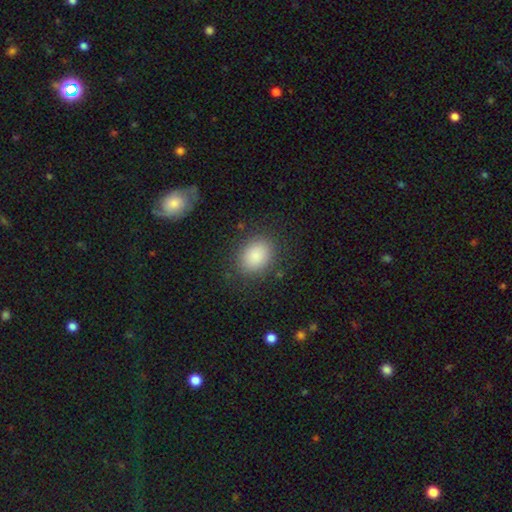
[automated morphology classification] Smooth or featured? smooth (86%)
How rounded? round (50%)
Merging? none (84%)